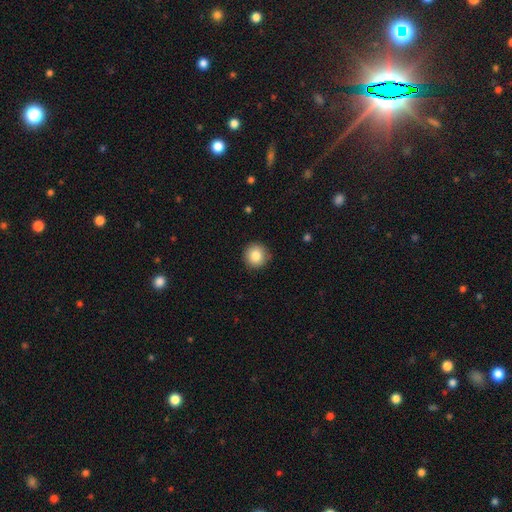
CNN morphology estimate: smooth_or_featured: smooth (p=0.84) [alt: star or artifact p=0.09]
how_rounded: round (p=0.94) [alt: in between p=0.05]
merging: none (p=0.88) [alt: minor disturbance p=0.09]